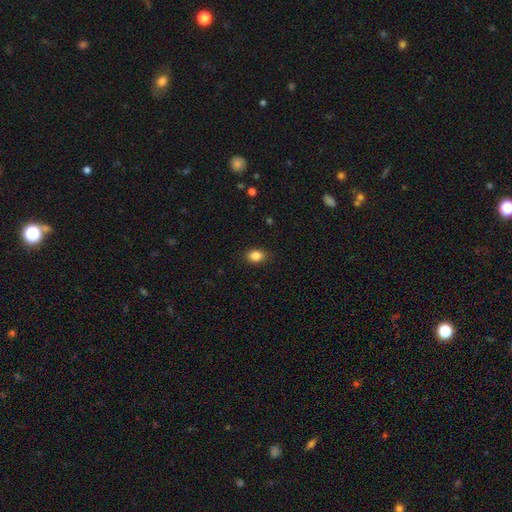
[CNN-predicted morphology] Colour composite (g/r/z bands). It shows a smooth galaxy with no disk features (86%) that is in between round and cigar-shaped (68%). Merging: none (86%).